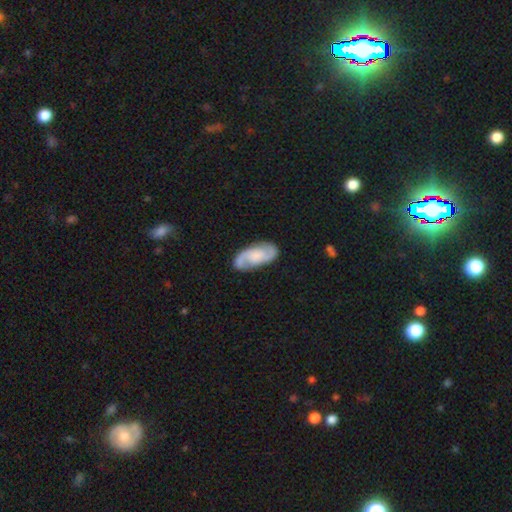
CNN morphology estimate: featured or disk 78%, smooth 16%, star or artifact 5%. Down the decision tree: edge-on disk — no (96%); bar — no (58%); spiral arms — yes (96%); spiral arm count — 2 (91%); spiral winding — medium (50%); bulge size — none (36%); merging — none (82%).